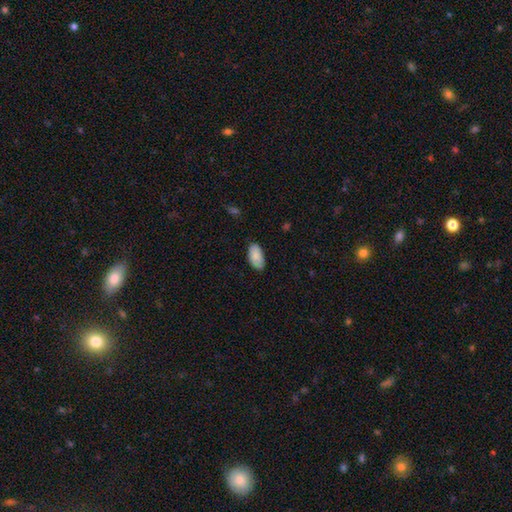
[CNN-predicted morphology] This is clearly a smooth galaxy (86%). How rounded: clearly in between (96%). Merging: clearly none (82%).